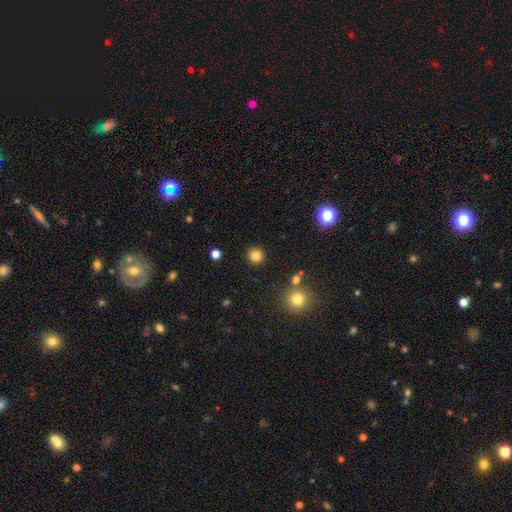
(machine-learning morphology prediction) smooth 83%, star or artifact 13%, featured or disk 4%. Down the decision tree: how rounded — round (94%); merging — none (91%).